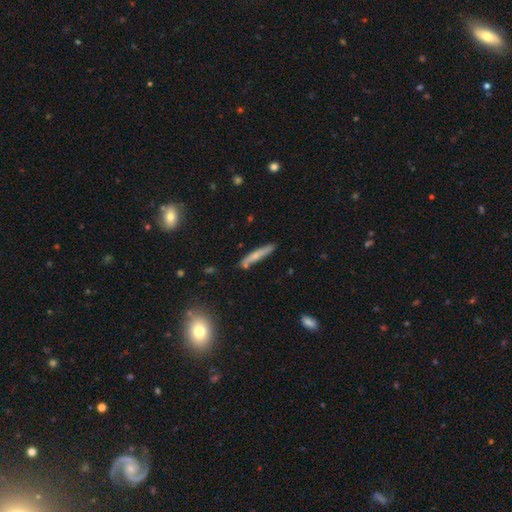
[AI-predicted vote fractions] A smooth galaxy with no disk features (57%) that is cigar-shaped (92%). Merging: none (80%).